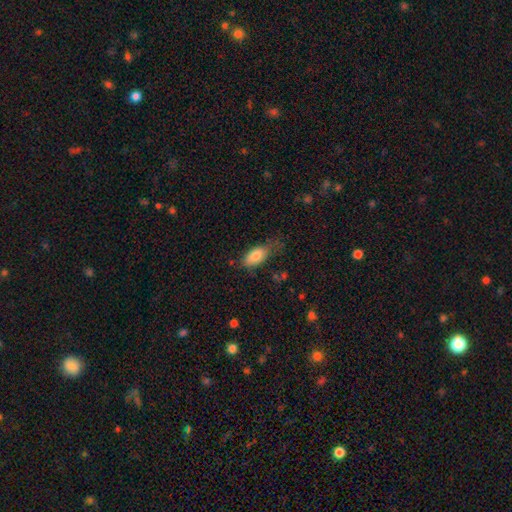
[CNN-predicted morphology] Overall: smooth (82%). How rounded: in between (88%). Merging: none (52%; minor disturbance 33%).